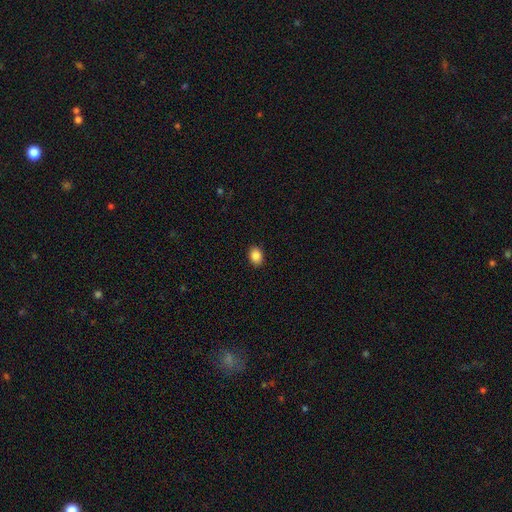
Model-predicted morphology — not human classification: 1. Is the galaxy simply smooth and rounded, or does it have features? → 88% smooth, 9% star or artifact, 3% featured or disk.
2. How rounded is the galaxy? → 63% in between, 36% round, 1% cigar-shaped.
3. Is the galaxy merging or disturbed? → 90% none, 7% minor disturbance, 2% major disturbance, 1% merger.